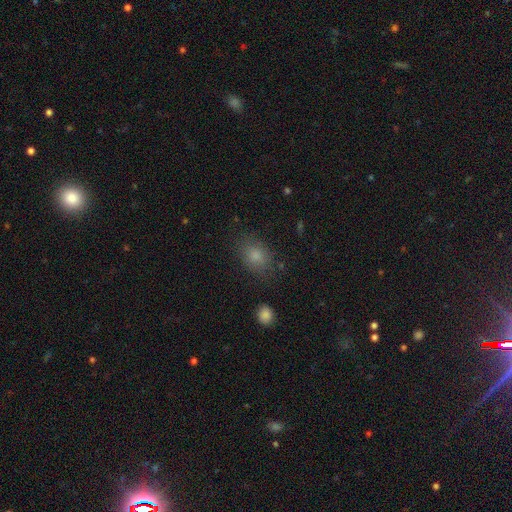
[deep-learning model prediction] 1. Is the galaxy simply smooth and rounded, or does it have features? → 82% smooth, 11% star or artifact, 7% featured or disk.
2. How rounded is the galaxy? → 68% in between, 30% round, 1% cigar-shaped.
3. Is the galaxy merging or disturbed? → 77% none, 15% minor disturbance, 5% major disturbance, 2% merger.